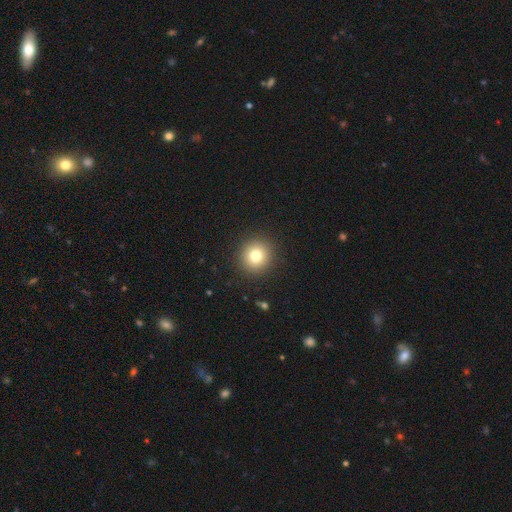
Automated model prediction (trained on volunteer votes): Overall: smooth (79%). How rounded: round (92%). Merging: none (92%).